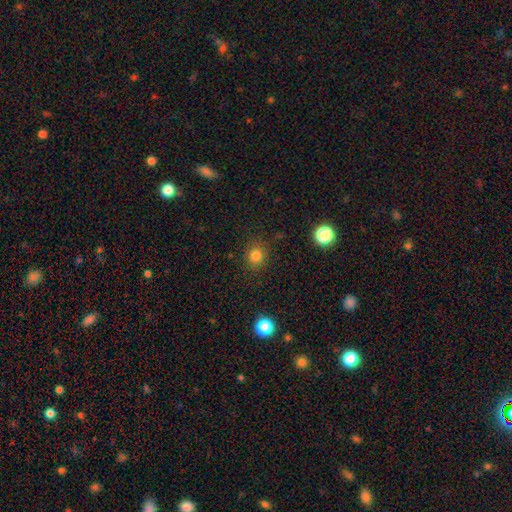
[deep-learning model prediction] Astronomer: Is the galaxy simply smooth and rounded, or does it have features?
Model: smooth — 81%.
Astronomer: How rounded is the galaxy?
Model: round — 87%.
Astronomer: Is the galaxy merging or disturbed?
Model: none — 87%.